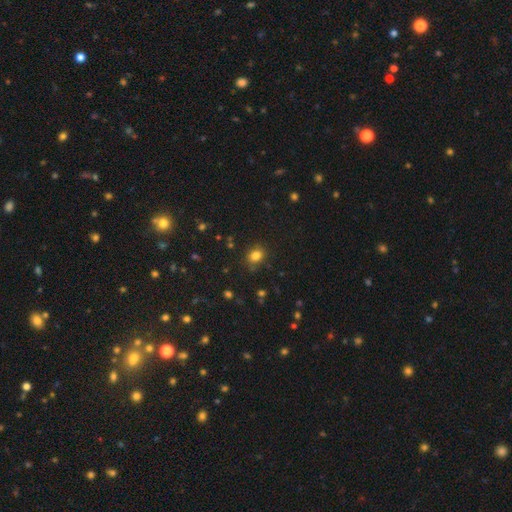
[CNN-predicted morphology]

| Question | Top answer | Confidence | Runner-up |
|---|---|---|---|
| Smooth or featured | smooth | 81% | star or artifact (13%) |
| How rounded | round | 54% | in between (45%) |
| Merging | none | 83% | minor disturbance (12%) |